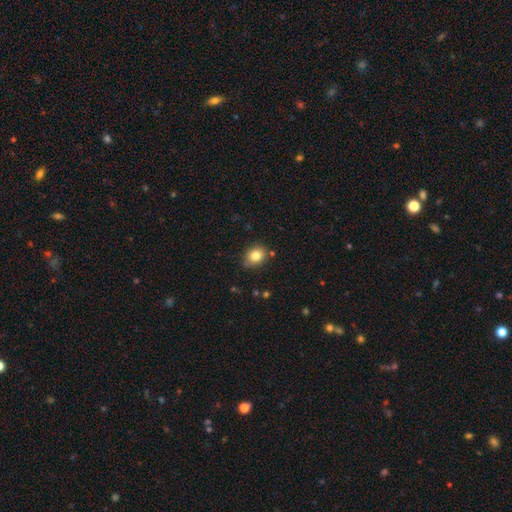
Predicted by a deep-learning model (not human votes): Smooth or featured: smooth — 82% (star or artifact — 10%)
How rounded: round — 53% (in between — 46%)
Merging: none — 81% (minor disturbance — 13%)